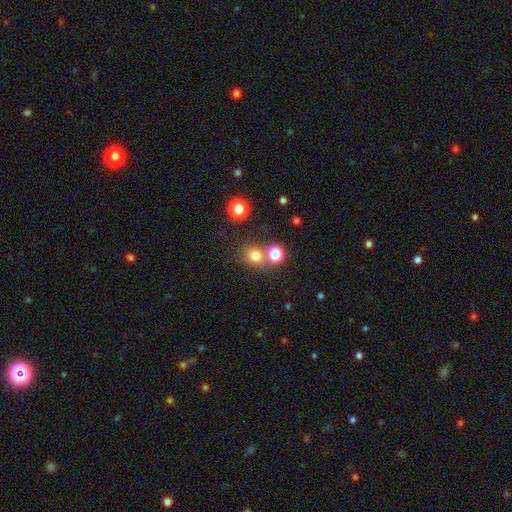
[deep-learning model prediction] Morphology: type=smooth (75%); roundness=round (77%); merging=none (65%).